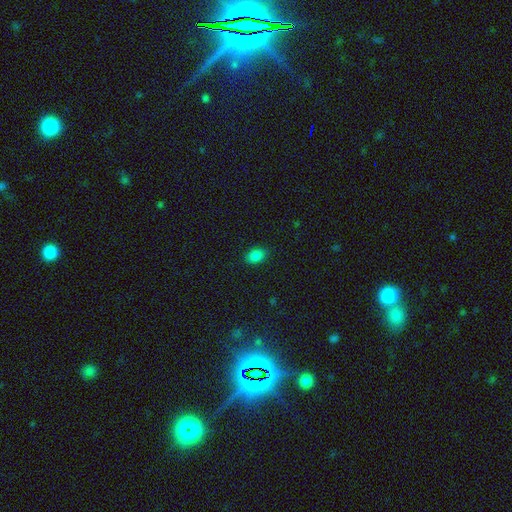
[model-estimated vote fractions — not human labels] Smooth or featured: smooth — 85% (star or artifact — 11%)
How rounded: in between — 84% (round — 15%)
Merging: none — 87% (minor disturbance — 9%)